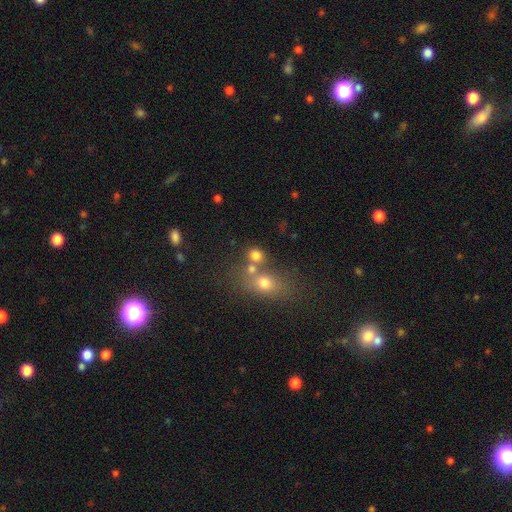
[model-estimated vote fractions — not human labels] Q: Smooth or featured?
A: smooth (73%); runner-up: star or artifact (16%)
Q: How rounded?
A: round (66%); runner-up: in between (32%)
Q: Merging?
A: none (47%); runner-up: merger (37%)